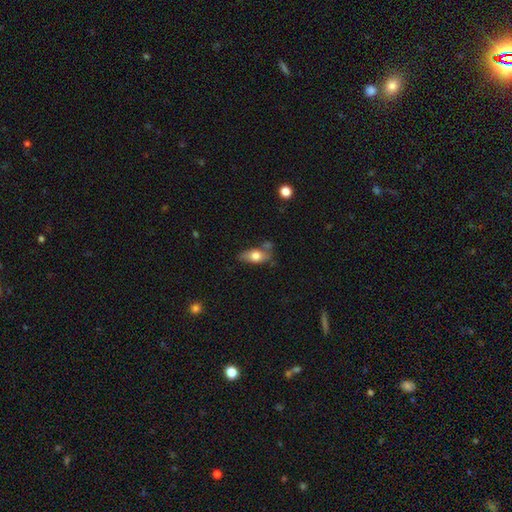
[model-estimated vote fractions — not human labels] smooth-or-featured: smooth: 70% | featured or disk: 23% | star or artifact: 7%
  how-rounded: in between: 82% | cigar-shaped: 11% | round: 7%
  merging: none: 55% | minor disturbance: 25% | merger: 12% | major disturbance: 8%